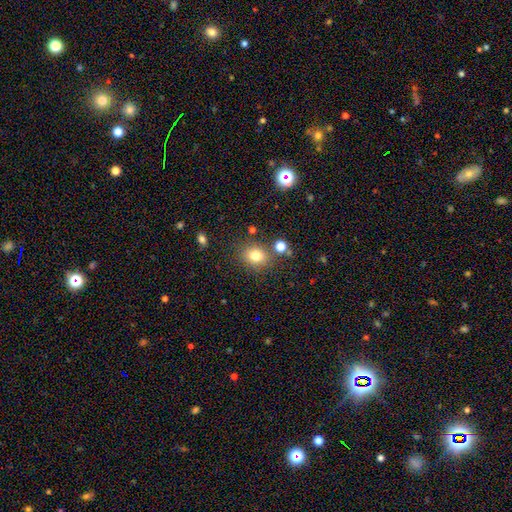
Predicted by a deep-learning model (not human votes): smooth 78%, star or artifact 14%, featured or disk 8%. Down the decision tree: how rounded — round (60%); merging — none (78%).